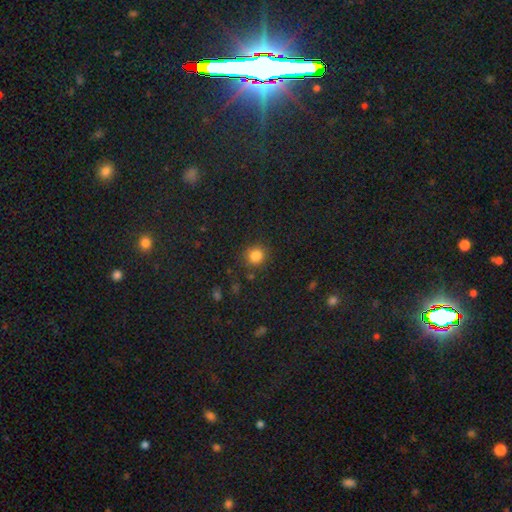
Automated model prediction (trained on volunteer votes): A smooth galaxy with no disk features (83%) that is round (86%).

Vote fractions:
- Smooth or featured? smooth: 83% / star or artifact: 13% / featured or disk: 5%
- How rounded? round: 86% / in between: 13% / cigar-shaped: 1%
- Merging? none: 85% / minor disturbance: 9% / major disturbance: 3% / merger: 3%